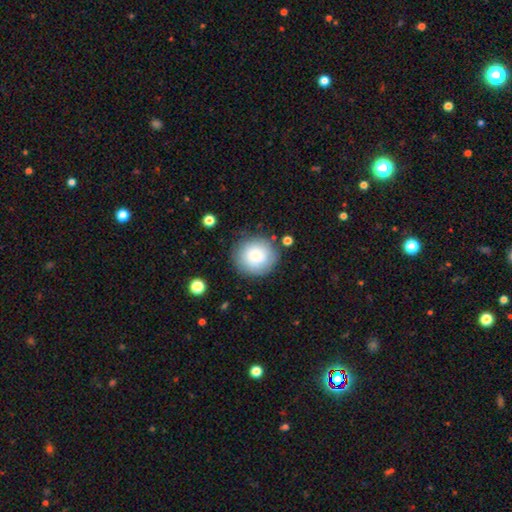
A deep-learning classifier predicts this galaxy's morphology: smooth_or_featured: smooth (p=0.72) [alt: featured or disk p=0.20]
how_rounded: round (p=0.93) [alt: in between p=0.07]
merging: none (p=0.81) [alt: minor disturbance p=0.12]